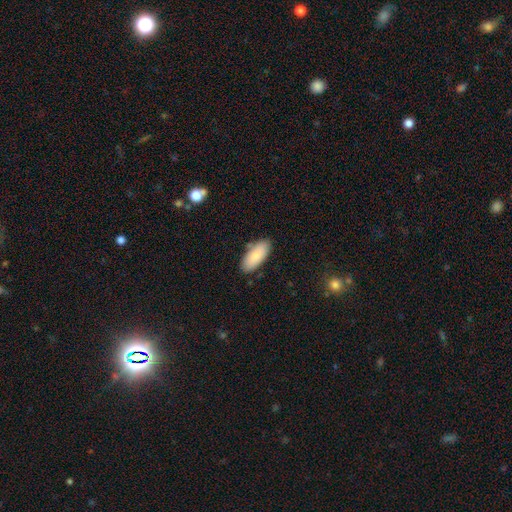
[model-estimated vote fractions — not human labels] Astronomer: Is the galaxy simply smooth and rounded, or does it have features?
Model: smooth — 83%.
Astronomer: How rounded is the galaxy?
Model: in between — 88%.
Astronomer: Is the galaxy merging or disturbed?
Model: none — 80%.